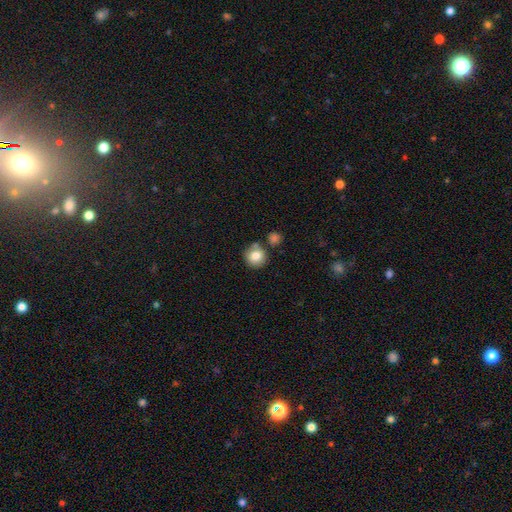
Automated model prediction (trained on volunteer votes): smooth-or-featured: smooth: 81% | featured or disk: 10% | star or artifact: 9%
  how-rounded: round: 91% | in between: 8% | cigar-shaped: 1%
  merging: none: 71% | merger: 15% | minor disturbance: 11% | major disturbance: 3%